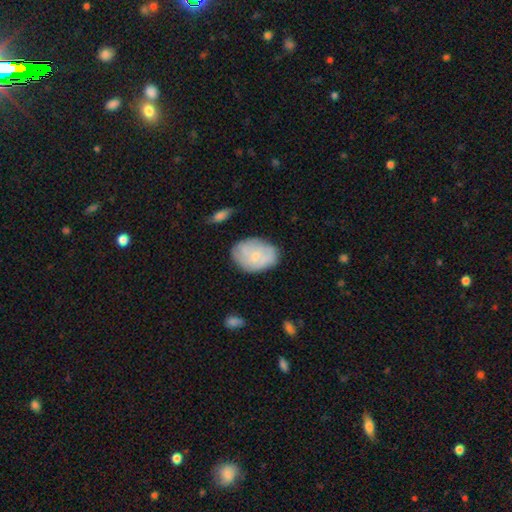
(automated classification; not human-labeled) Smooth or featured: smooth — 48% (featured or disk — 45%)
Merging: none — 74% (minor disturbance — 19%)